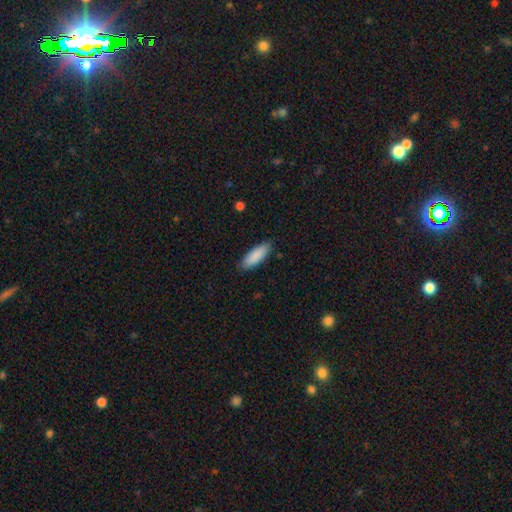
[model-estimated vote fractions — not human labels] smooth-or-featured: smooth: 88% | featured or disk: 6% | star or artifact: 6%
  how-rounded: in between: 64% | cigar-shaped: 35% | round: 1%
  merging: none: 85% | minor disturbance: 12% | major disturbance: 2% | merger: 1%